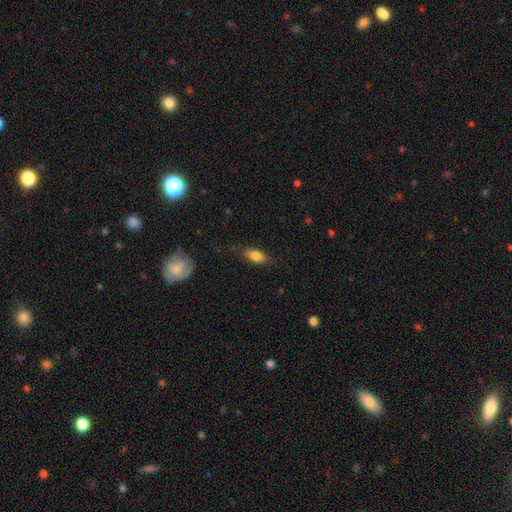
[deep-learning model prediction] Smooth or featured?
  - smooth: 79% *
  - featured or disk: 14%
  - star or artifact: 8%
How rounded?
  - in between: 82% *
  - cigar-shaped: 14%
  - round: 4%
Merging?
  - none: 77% *
  - minor disturbance: 17%
  - major disturbance: 5%
  - merger: 1%